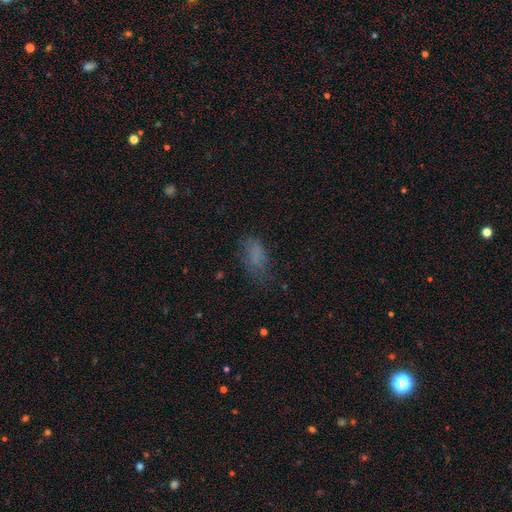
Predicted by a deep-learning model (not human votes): A smooth galaxy with no disk features (71%) that is in between round and cigar-shaped (88%).

Vote fractions:
- Smooth or featured? smooth: 71% / star or artifact: 15% / featured or disk: 14%
- How rounded? in between: 88% / cigar-shaped: 8% / round: 5%
- Merging? none: 55% / minor disturbance: 26% / major disturbance: 17% / merger: 2%